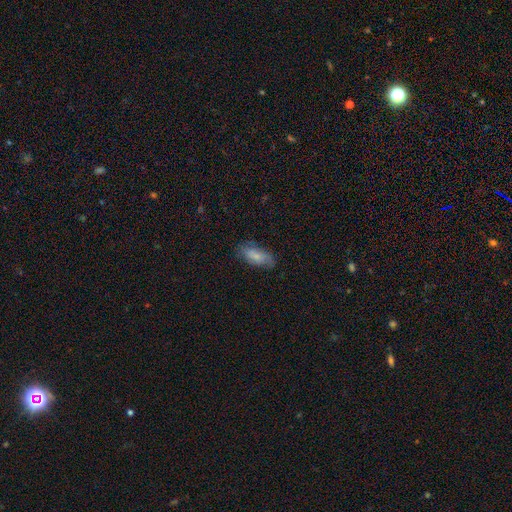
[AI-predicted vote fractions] A smooth galaxy with no disk features (72%) that is in between round and cigar-shaped (87%).

Vote fractions:
- Smooth or featured? smooth: 72% / featured or disk: 21% / star or artifact: 7%
- How rounded? in between: 87% / cigar-shaped: 11% / round: 3%
- Merging? none: 69% / minor disturbance: 23% / major disturbance: 7% / merger: 2%